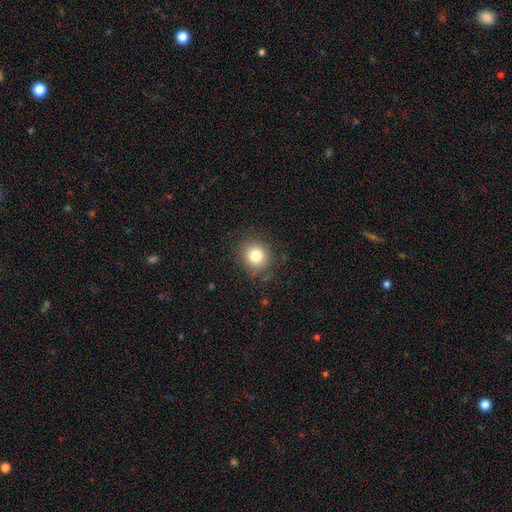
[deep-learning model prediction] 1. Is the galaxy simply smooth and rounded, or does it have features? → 80% smooth, 12% star or artifact, 8% featured or disk.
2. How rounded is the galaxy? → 84% round, 15% in between, 1% cigar-shaped.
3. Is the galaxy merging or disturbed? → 85% none, 10% minor disturbance, 4% major disturbance, 1% merger.